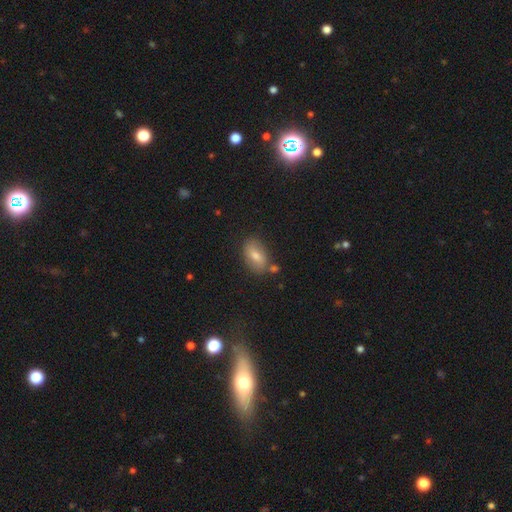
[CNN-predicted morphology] Smooth or featured? Predicted: smooth (p=0.74). How rounded? Predicted: in between (p=0.89). Merging? Predicted: none (p=0.73).